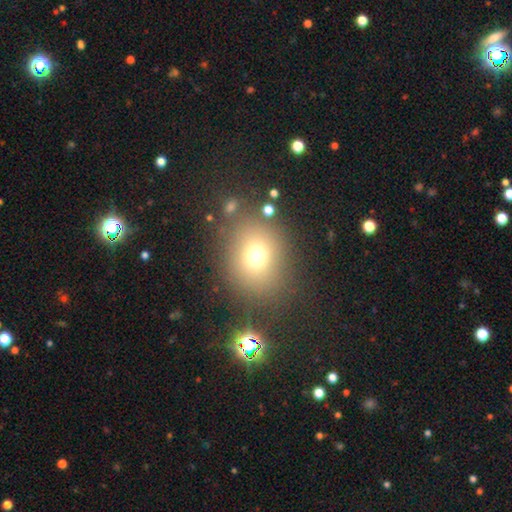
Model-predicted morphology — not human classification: Smooth or featured? smooth (65%)
How rounded? round (65%)
Merging? none (81%)